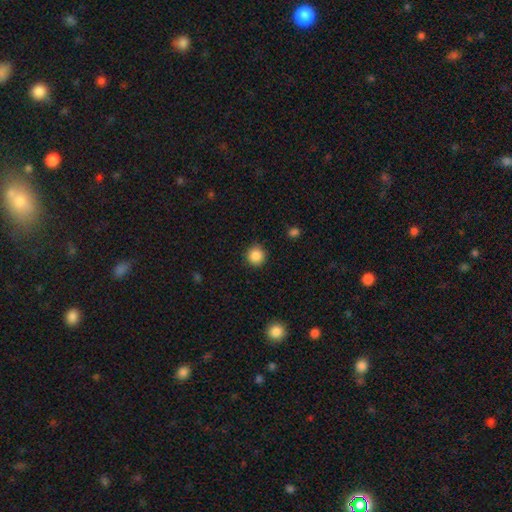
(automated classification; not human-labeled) Smooth or featured?
  - smooth: 87% *
  - star or artifact: 10%
  - featured or disk: 4%
How rounded?
  - round: 93% *
  - in between: 6%
  - cigar-shaped: 1%
Merging?
  - none: 90% *
  - minor disturbance: 7%
  - major disturbance: 2%
  - merger: 1%